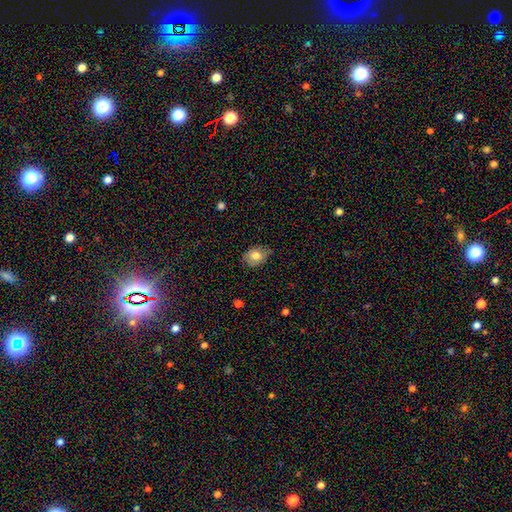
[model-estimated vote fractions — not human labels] smooth-or-featured: smooth: 76% | featured or disk: 15% | star or artifact: 9%
  how-rounded: in between: 68% | round: 31% | cigar-shaped: 1%
  merging: none: 74% | minor disturbance: 21% | major disturbance: 4% | merger: 1%